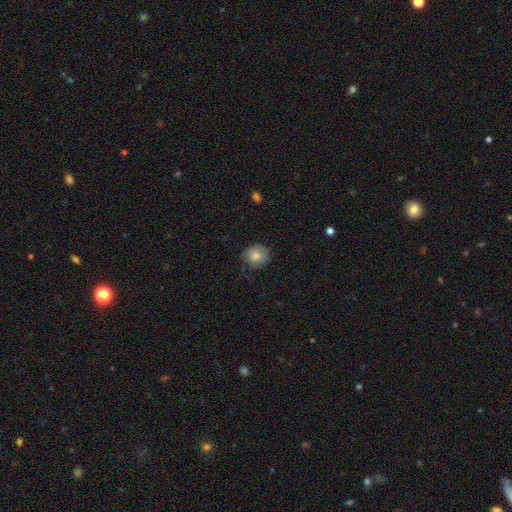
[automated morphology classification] A smooth galaxy with no disk features (77%) that is round (86%). Merging: none (73%).